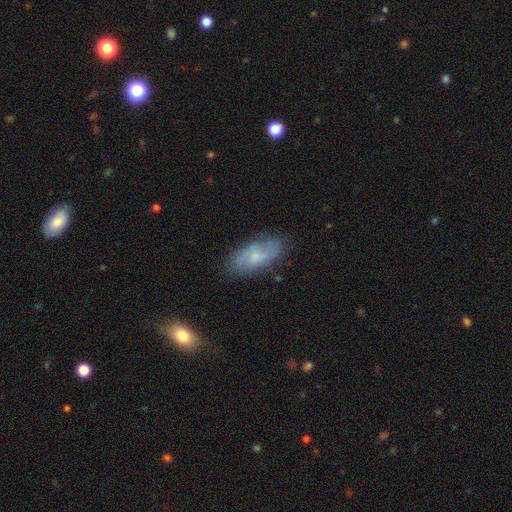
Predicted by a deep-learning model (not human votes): smooth-or-featured: smooth: 47% | featured or disk: 45% | star or artifact: 8%
  merging: none: 74% | minor disturbance: 19% | major disturbance: 5% | merger: 2%